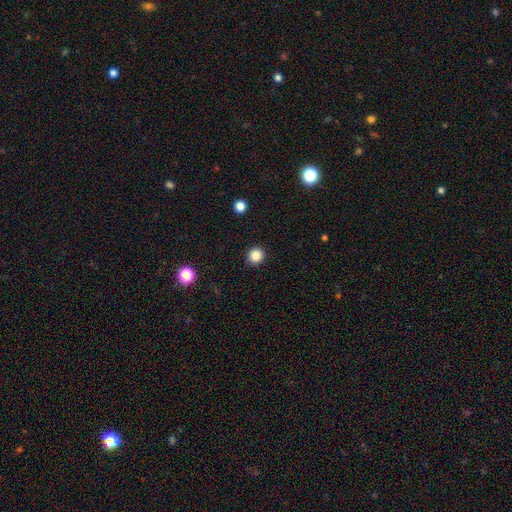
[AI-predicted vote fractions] Smooth or featured? Predicted: smooth (p=0.85). How rounded? Predicted: round (p=0.92). Merging? Predicted: none (p=0.92).